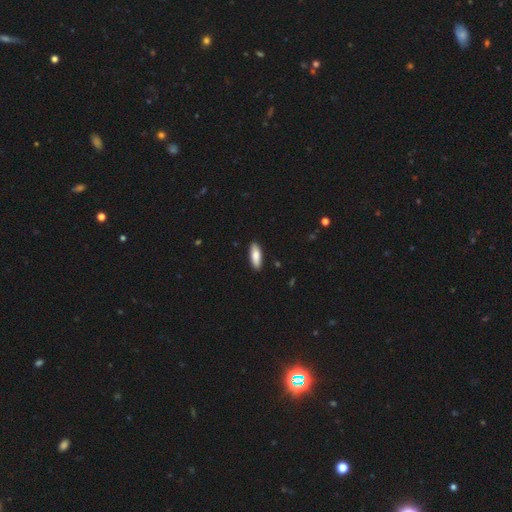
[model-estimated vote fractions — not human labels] This appears to be a smooth galaxy with no disk features (84%) that is in between round and cigar-shaped (60%). Merging: none (89%).